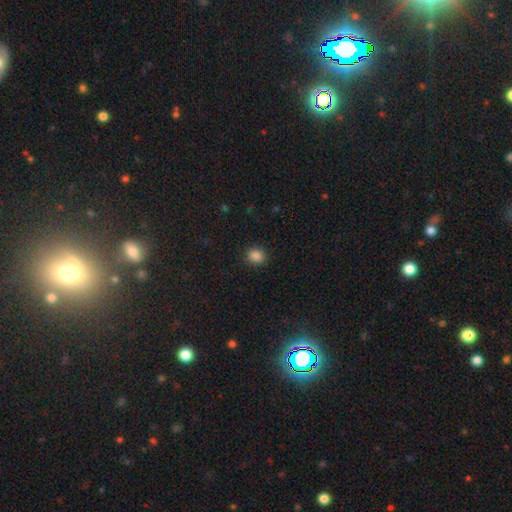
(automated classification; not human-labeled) A smooth galaxy with no disk features (86%) that is round (76%). Merging: none (90%).